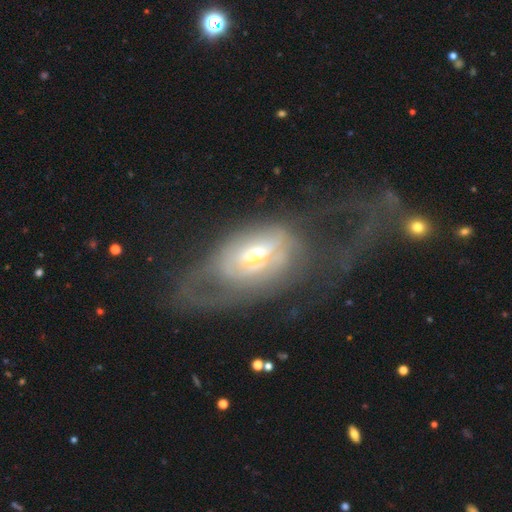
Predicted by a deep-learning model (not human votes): smooth-or-featured: featured or disk: 61% | smooth: 29% | star or artifact: 9%
  disk-edge-on: no: 84% | yes: 16%
    bar: no: 56% | weak: 30% | strong: 14%
    has-spiral-arms: no: 63% | yes: 37%
    bulge-size: moderate: 61% | small: 25% | large: 10% | dominant: 2% | none: 2%
  merging: major disturbance: 55% | none: 25% | minor disturbance: 17% | merger: 3%